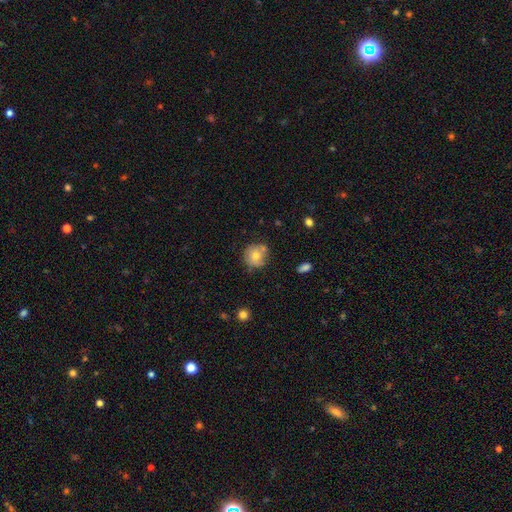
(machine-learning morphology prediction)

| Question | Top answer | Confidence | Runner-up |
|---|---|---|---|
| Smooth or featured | smooth | 70% | featured or disk (20%) |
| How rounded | round | 88% | in between (11%) |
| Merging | none | 67% | minor disturbance (19%) |